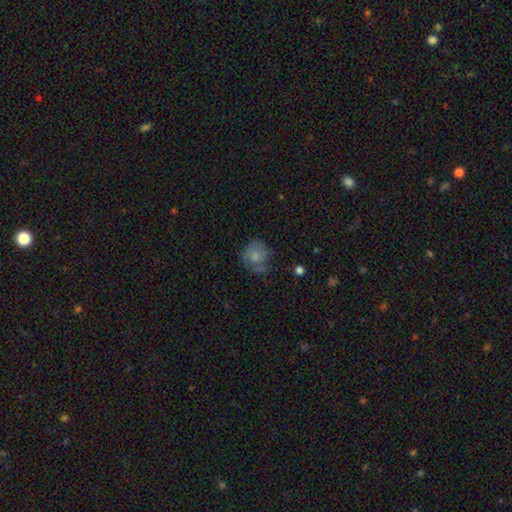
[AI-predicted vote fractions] A smooth galaxy with no disk features (64%) that is round (78%).

Vote fractions:
- Smooth or featured? smooth: 64% / featured or disk: 27% / star or artifact: 9%
- How rounded? round: 78% / in between: 21% / cigar-shaped: 1%
- Merging? none: 52% / minor disturbance: 27% / major disturbance: 17% / merger: 3%